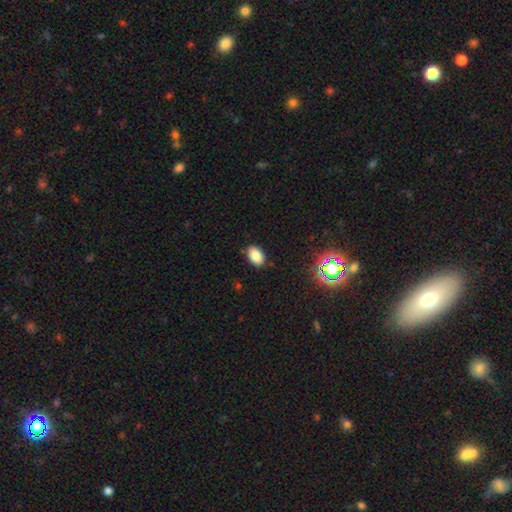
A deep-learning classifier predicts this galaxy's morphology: A smooth galaxy with no disk features (83%) that is in between round and cigar-shaped (87%).

Vote fractions:
- Smooth or featured? smooth: 83% / star or artifact: 11% / featured or disk: 6%
- How rounded? in between: 87% / round: 12% / cigar-shaped: 1%
- Merging? none: 87% / minor disturbance: 10% / major disturbance: 2% / merger: 1%